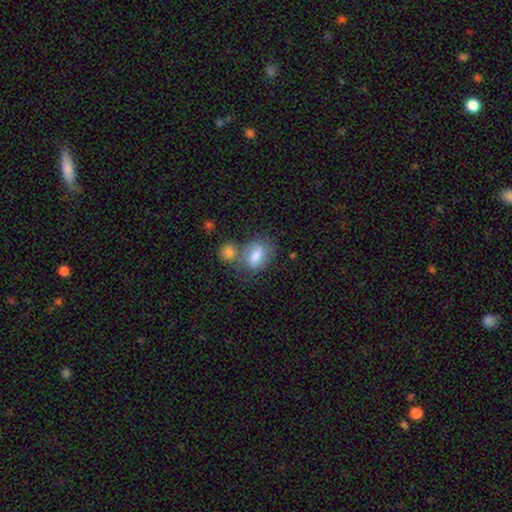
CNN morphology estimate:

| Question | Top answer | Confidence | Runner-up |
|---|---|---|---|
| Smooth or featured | smooth | 77% | featured or disk (16%) |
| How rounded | in between | 84% | round (14%) |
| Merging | none | 43% | merger (36%) |